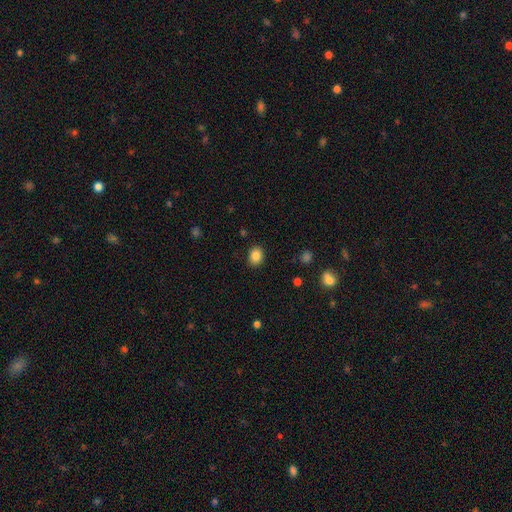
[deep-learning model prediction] A smooth galaxy with no disk features (85%) that is round (54%). Merging: none (89%).